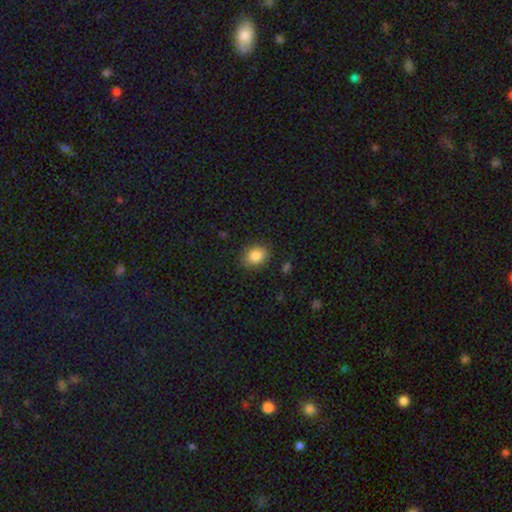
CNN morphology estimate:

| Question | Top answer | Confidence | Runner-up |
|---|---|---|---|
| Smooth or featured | smooth | 86% | star or artifact (9%) |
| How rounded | in between | 52% | round (47%) |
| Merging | none | 85% | minor disturbance (11%) |